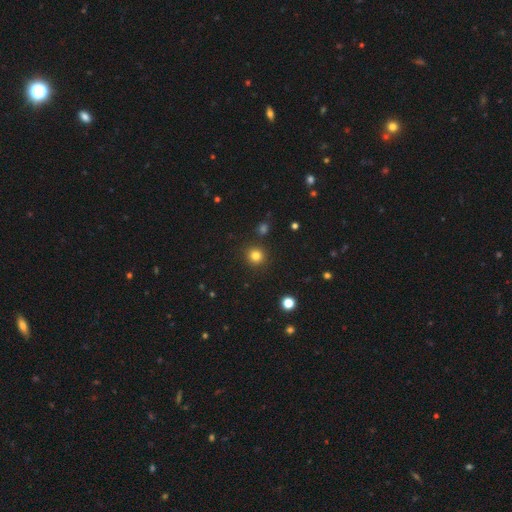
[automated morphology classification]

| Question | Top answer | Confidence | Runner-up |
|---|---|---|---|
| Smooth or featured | smooth | 81% | star or artifact (14%) |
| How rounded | round | 93% | in between (6%) |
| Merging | none | 90% | minor disturbance (6%) |